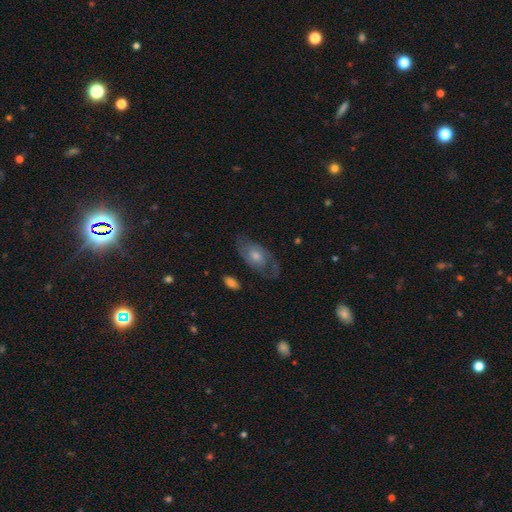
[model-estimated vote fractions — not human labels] Smooth or featured? featured or disk (65%)
Edge-on disk? no (93%)
Bar? no (71%)
Spiral arms? yes (78%)
Bulge size? moderate (55%)
Merging? none (64%)